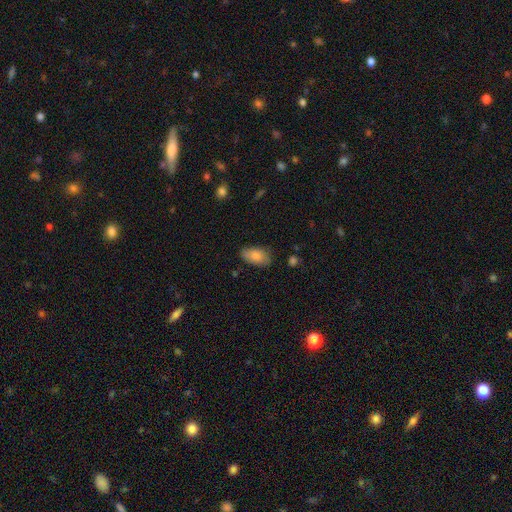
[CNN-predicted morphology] Overall: smooth (81%). How rounded: in between (93%). Merging: none (77%).